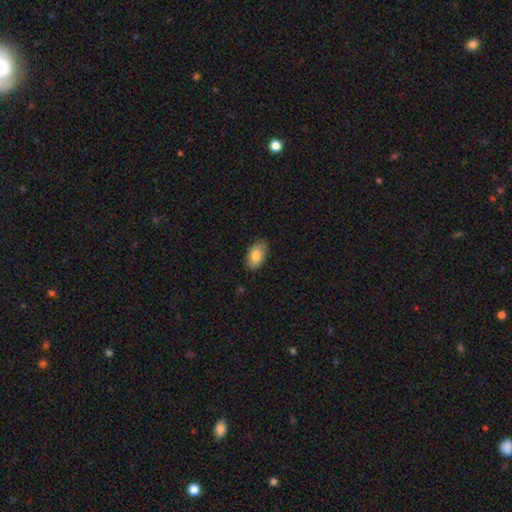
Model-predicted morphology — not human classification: smooth 82%, featured or disk 12%, star or artifact 7%. Down the decision tree: how rounded — in between (92%); merging — none (85%).